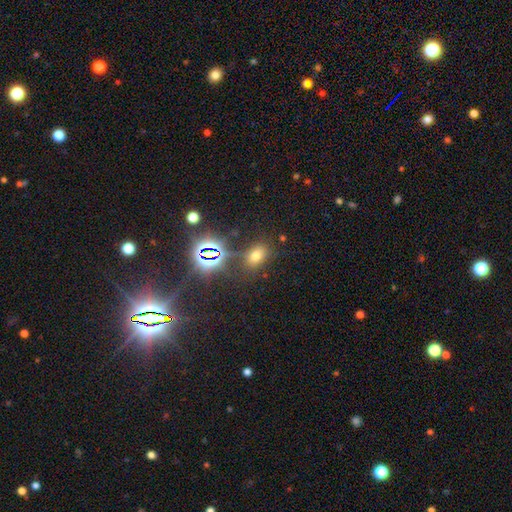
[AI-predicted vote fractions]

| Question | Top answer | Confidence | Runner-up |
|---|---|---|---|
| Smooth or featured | smooth | 58% | star or artifact (33%) |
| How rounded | in between | 78% | round (20%) |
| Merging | none | 77% | minor disturbance (12%) |